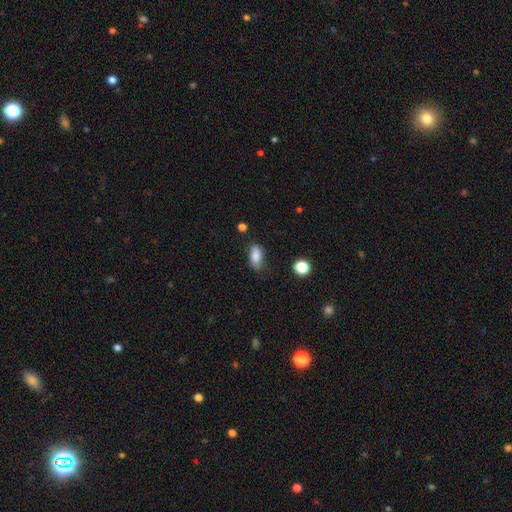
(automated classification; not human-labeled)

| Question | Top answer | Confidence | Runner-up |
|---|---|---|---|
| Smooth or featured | smooth | 83% | featured or disk (9%) |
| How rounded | in between | 87% | cigar-shaped (8%) |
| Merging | none | 68% | minor disturbance (24%) |